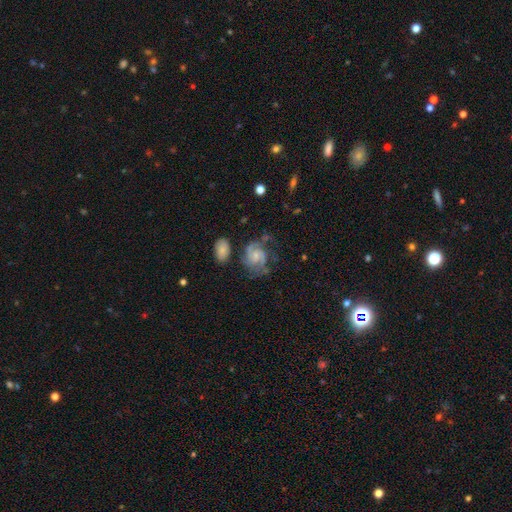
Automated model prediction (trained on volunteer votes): Overall: featured or disk (83%). Edge-on disk: no (98%). Bar: no (58%; weak 35%). Spiral arms: yes (96%). Spiral arm count: 2 (60%). Spiral winding: medium (47%; tight 40%). Bulge size: small (64%; moderate 26%). Merging: none (52%; minor disturbance 22%).